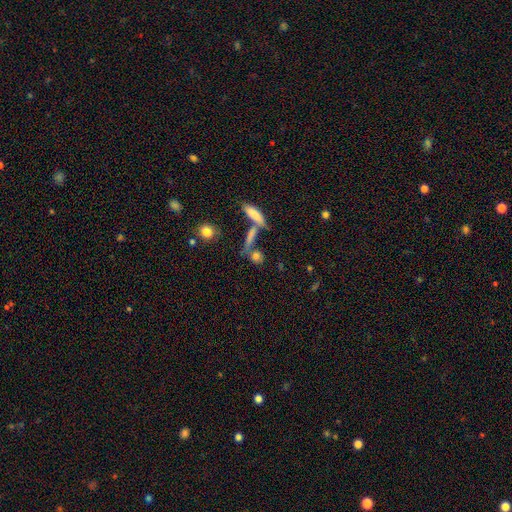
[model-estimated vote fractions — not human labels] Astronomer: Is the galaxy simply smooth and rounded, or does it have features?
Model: smooth — 68%.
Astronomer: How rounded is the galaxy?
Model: in between — 36% (runner-up: cigar-shaped, 35%).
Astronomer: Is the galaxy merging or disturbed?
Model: none — 51% (runner-up: merger, 31%).